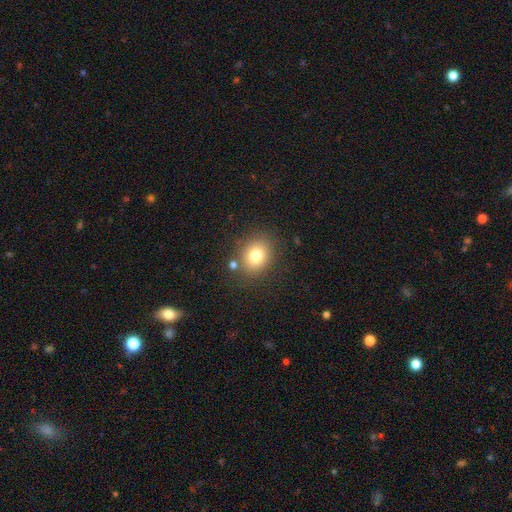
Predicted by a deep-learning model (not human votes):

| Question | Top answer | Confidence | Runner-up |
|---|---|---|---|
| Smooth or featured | smooth | 79% | star or artifact (12%) |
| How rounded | round | 59% | in between (40%) |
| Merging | none | 80% | minor disturbance (11%) |